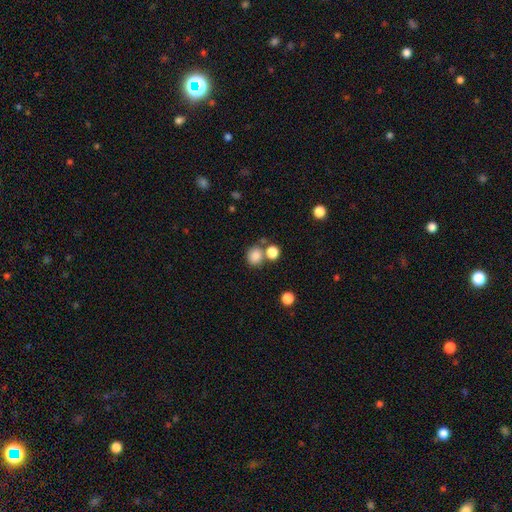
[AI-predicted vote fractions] Smooth or featured: smooth — 83% (star or artifact — 11%)
How rounded: round — 81% (in between — 19%)
Merging: none — 63% (merger — 23%)